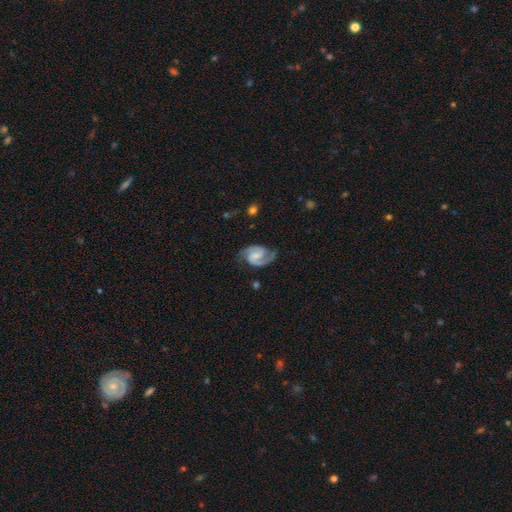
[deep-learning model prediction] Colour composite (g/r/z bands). It shows a featured or disk galaxy (90%) with a weak bar (48%), 2 (92%) medium (57%) spiral arms (98%) and a small central bulge (47%). Merging: none (77%).